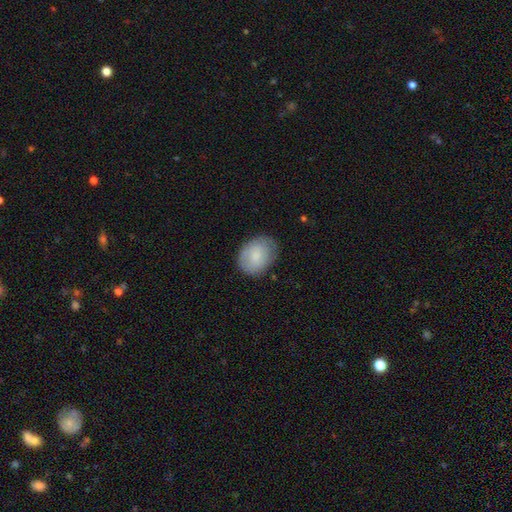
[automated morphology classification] smooth_or_featured: smooth (p=0.75) [alt: featured or disk p=0.19]
how_rounded: in between (p=0.64) [alt: round p=0.35]
merging: none (p=0.77) [alt: minor disturbance p=0.18]